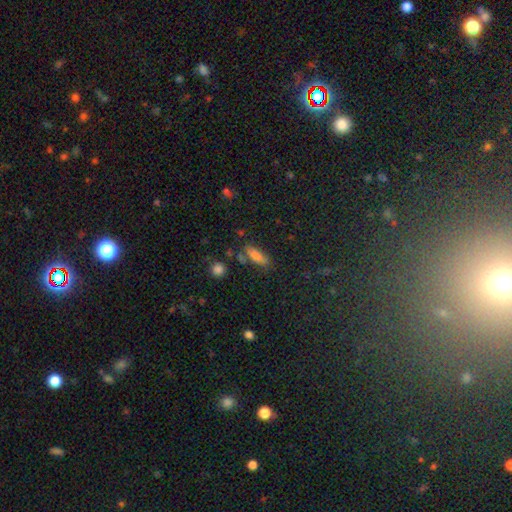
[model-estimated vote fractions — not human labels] This is likely a smooth galaxy (77%). How rounded: likely in between (64%). Merging: likely none (68%).